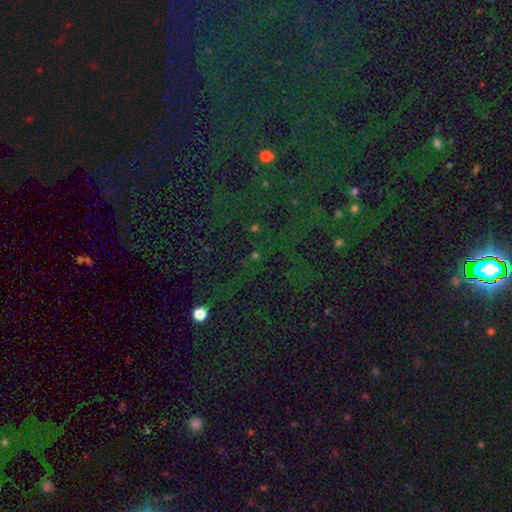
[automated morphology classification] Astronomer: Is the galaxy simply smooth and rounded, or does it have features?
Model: star or artifact — 69%.